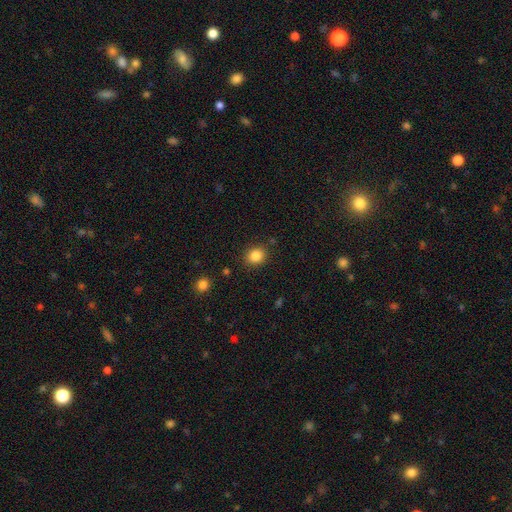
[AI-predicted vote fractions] Q: Smooth or featured?
A: smooth (85%); runner-up: star or artifact (10%)
Q: How rounded?
A: round (69%); runner-up: in between (30%)
Q: Merging?
A: none (86%); runner-up: minor disturbance (9%)